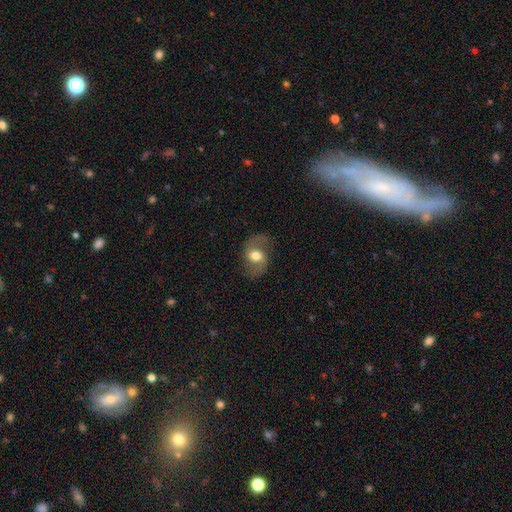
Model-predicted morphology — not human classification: Smooth or featured: featured or disk — 63% (smooth — 29%)
Edge-on disk: no — 95% (yes — 5%)
Bar: no — 47% (weak — 38%)
Spiral arms: yes — 84% (no — 16%)
Spiral winding: loose — 54% (medium — 37%)
Spiral arm count: 2 — 91% (can't tell — 4%)
Bulge size: moderate — 64% (large — 24%)
Merging: none — 75% (minor disturbance — 15%)